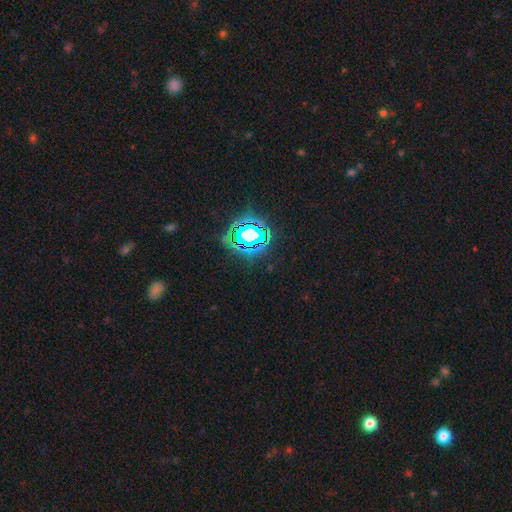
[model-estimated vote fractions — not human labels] Overall: star or artifact (81%).